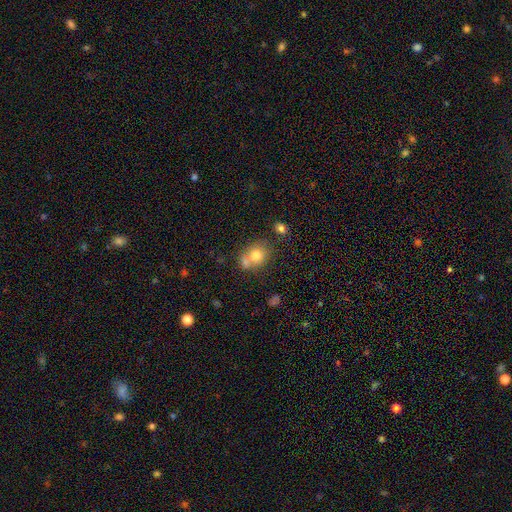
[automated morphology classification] smooth-or-featured: smooth: 75% | featured or disk: 14% | star or artifact: 11%
  how-rounded: round: 65% | in between: 34% | cigar-shaped: 1%
  merging: none: 44% | merger: 39% | minor disturbance: 12% | major disturbance: 5%